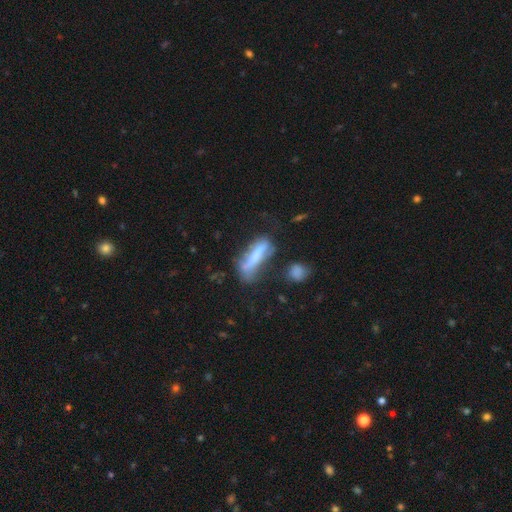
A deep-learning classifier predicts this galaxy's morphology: Smooth or featured? Predicted: smooth (p=0.56). How rounded? Predicted: cigar-shaped (p=0.67). Merging? Predicted: none (p=0.35).